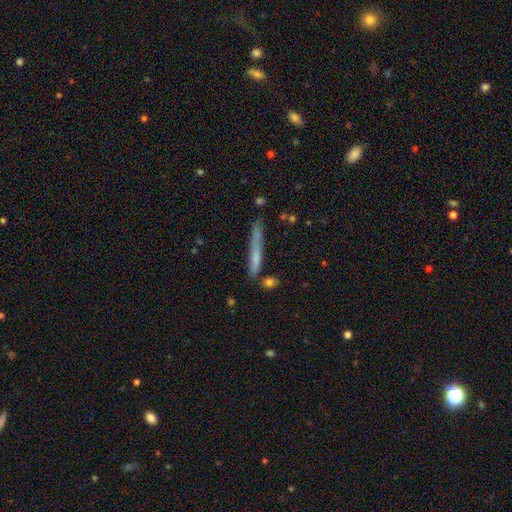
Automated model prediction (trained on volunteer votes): Smooth or featured: smooth — 62% (featured or disk — 30%)
How rounded: cigar-shaped — 95% (in between — 4%)
Merging: none — 67% (minor disturbance — 21%)